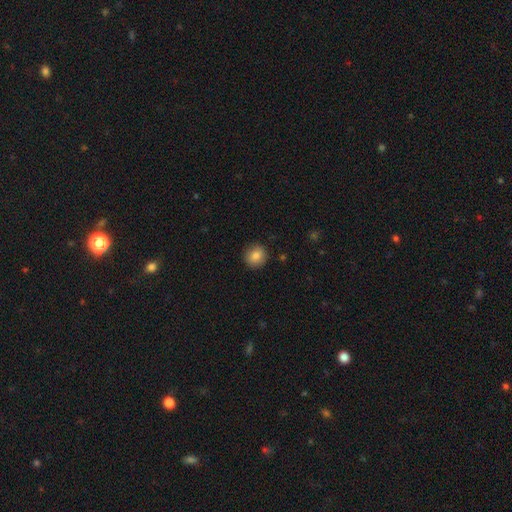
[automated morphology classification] Smooth or featured? smooth (84%)
How rounded? round (91%)
Merging? none (90%)